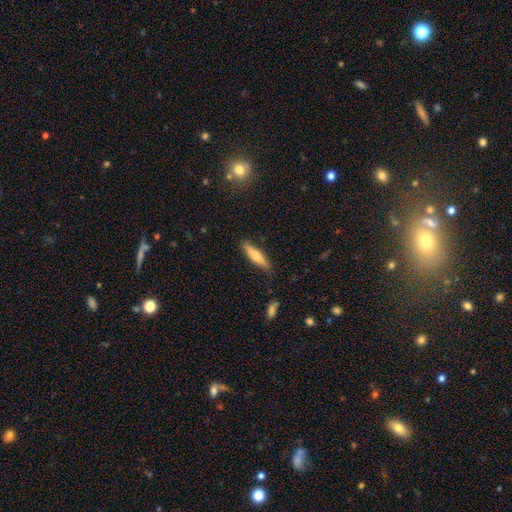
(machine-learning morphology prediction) Smooth or featured?
  - smooth: 67% *
  - featured or disk: 27%
  - star or artifact: 6%
How rounded?
  - cigar-shaped: 71% *
  - in between: 27%
  - round: 2%
Merging?
  - none: 83% *
  - minor disturbance: 13%
  - major disturbance: 2%
  - merger: 2%